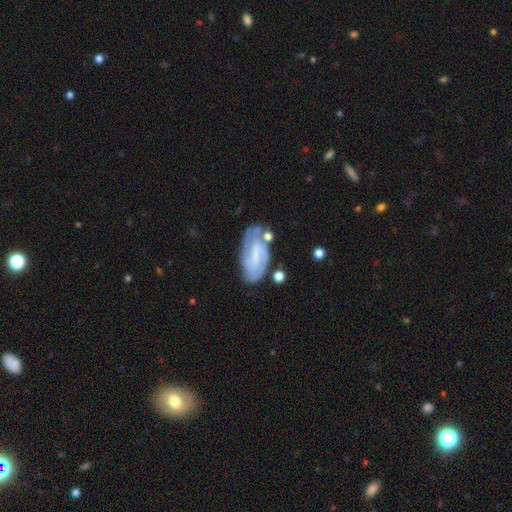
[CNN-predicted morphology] smooth_or_featured: featured or disk (p=0.71) [alt: smooth p=0.22]
disk_edge_on: no (p=0.95) [alt: yes p=0.05]
bar: weak (p=0.46) [alt: strong p=0.28]
has_spiral_arms: yes (p=0.87) [alt: no p=0.13]
spiral_winding: tight (p=0.50) [alt: medium p=0.37]
spiral_arm_count: 2 (p=0.49) [alt: can't tell p=0.29]
bulge_size: none (p=0.41) [alt: small p=0.38]
merging: none (p=0.61) [alt: minor disturbance p=0.22]